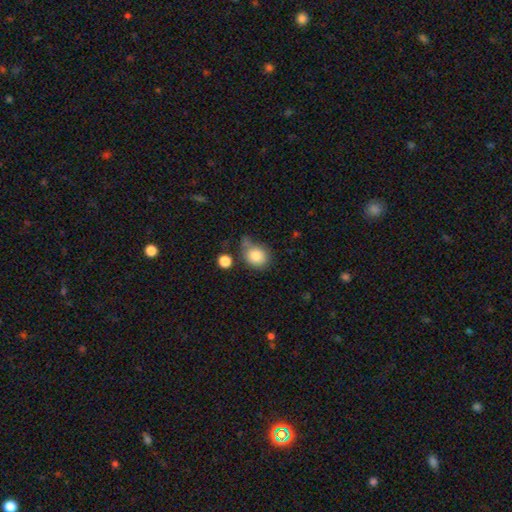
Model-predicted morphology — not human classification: The model was most divided on "merging": none: 51%, minor disturbance: 24%, merger: 15%, major disturbance: 10%. More confident: smooth or featured — smooth (83%); how rounded — round (67%).